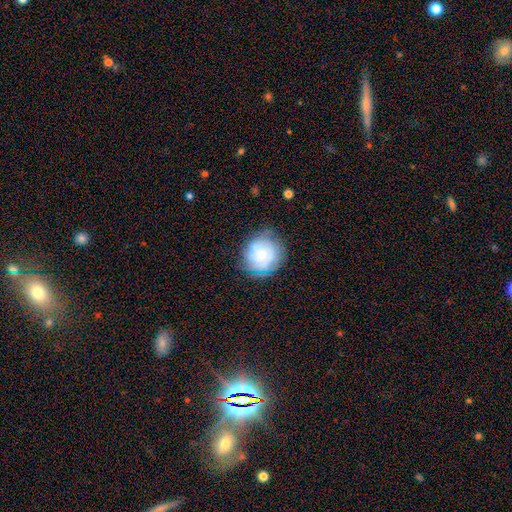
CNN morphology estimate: A smooth galaxy with no disk features (55%) that is round (86%). Merging: none (68%).